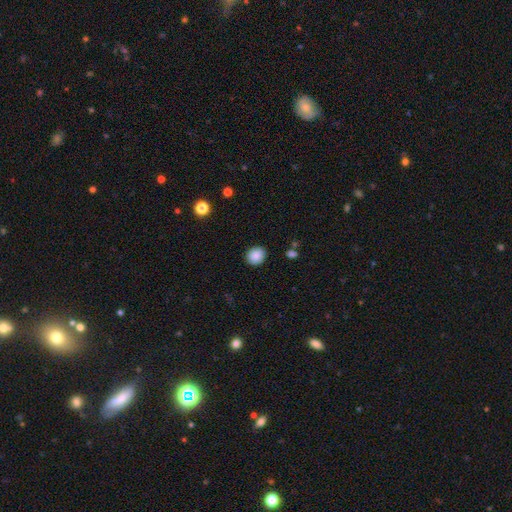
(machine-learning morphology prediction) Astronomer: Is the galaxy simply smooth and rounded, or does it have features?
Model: smooth — 87%.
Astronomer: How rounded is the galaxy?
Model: round — 73%.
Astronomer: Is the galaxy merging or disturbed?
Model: none — 89%.